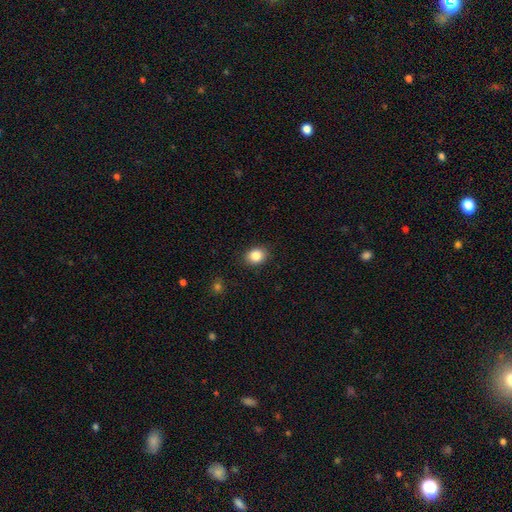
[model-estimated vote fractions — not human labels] A smooth galaxy with no disk features (86%) that is round (53%).

Vote fractions:
- Smooth or featured? smooth: 86% / star or artifact: 9% / featured or disk: 5%
- How rounded? round: 53% / in between: 46% / cigar-shaped: 1%
- Merging? none: 87% / minor disturbance: 9% / major disturbance: 2% / merger: 1%